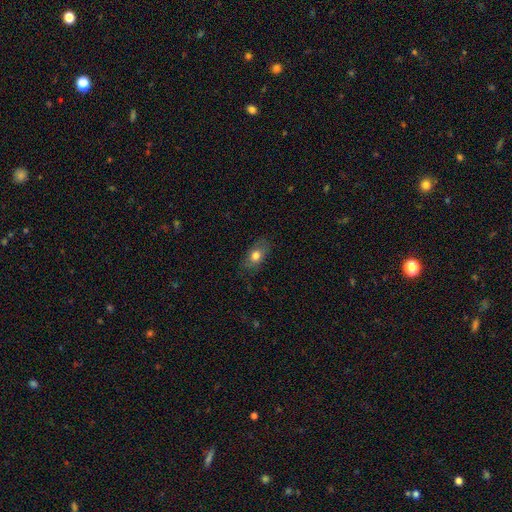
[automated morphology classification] Q: Smooth or featured?
A: smooth (73%); runner-up: featured or disk (18%)
Q: How rounded?
A: in between (82%); runner-up: round (13%)
Q: Merging?
A: none (77%); runner-up: minor disturbance (18%)